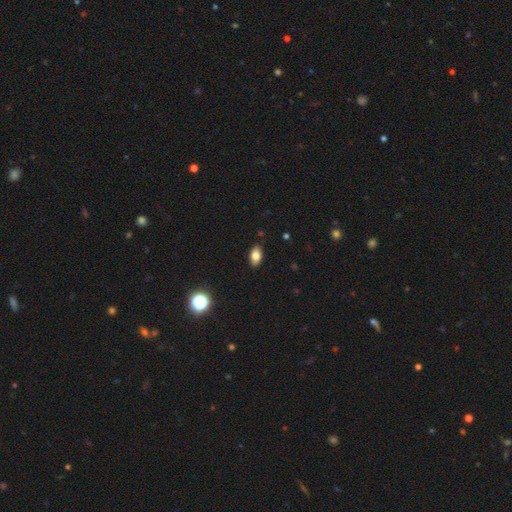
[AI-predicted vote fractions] Morphology: type=smooth (79%); roundness=in between (90%); merging=none (88%).